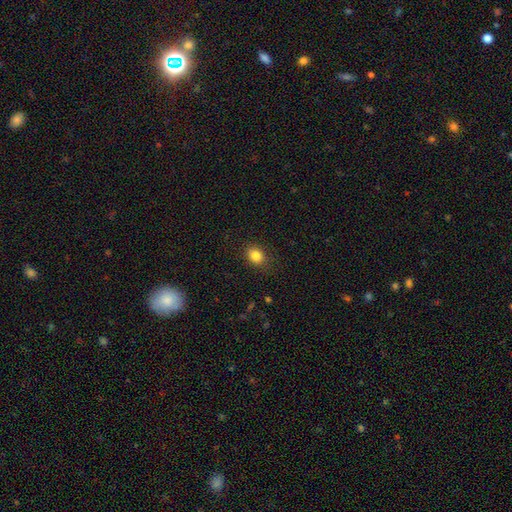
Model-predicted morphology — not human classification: The model was most divided on "how rounded": in between: 54%, round: 45%, cigar-shaped: 1%. More confident: merging — none (84%); smooth or featured — smooth (84%).